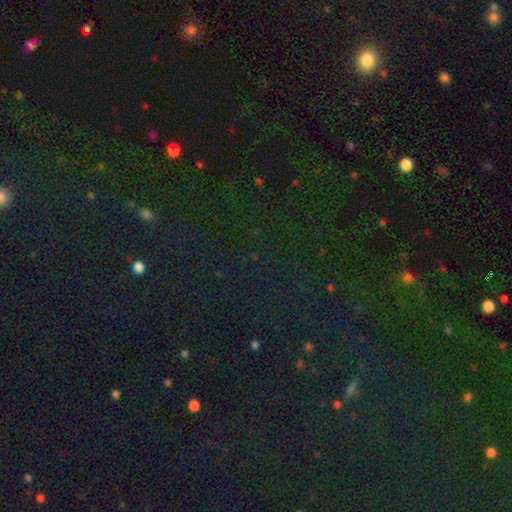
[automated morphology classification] This is likely a star or artifact rather than a galaxy (79%).